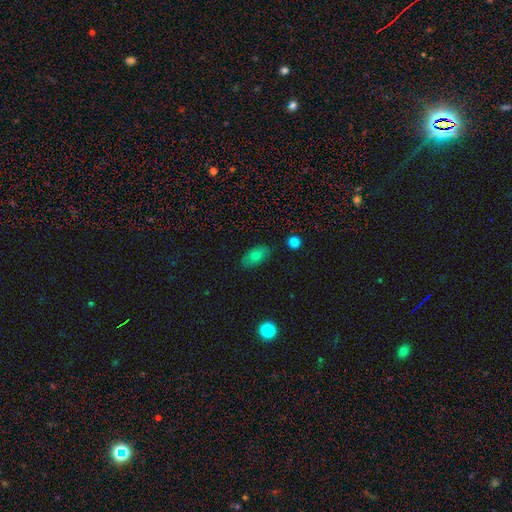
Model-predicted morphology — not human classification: smooth-or-featured: smooth: 75% | featured or disk: 16% | star or artifact: 9%
  how-rounded: in between: 90% | round: 7% | cigar-shaped: 3%
  merging: none: 83% | minor disturbance: 13% | major disturbance: 3% | merger: 2%